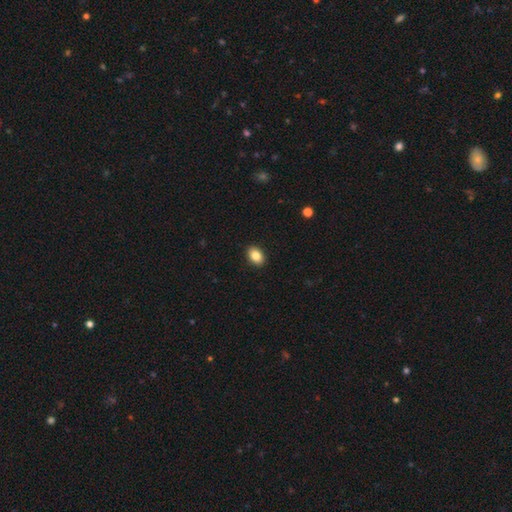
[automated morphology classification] smooth_or_featured: smooth (p=0.85) [alt: star or artifact p=0.08]
how_rounded: in between (p=0.83) [alt: round p=0.16]
merging: none (p=0.91) [alt: minor disturbance p=0.06]